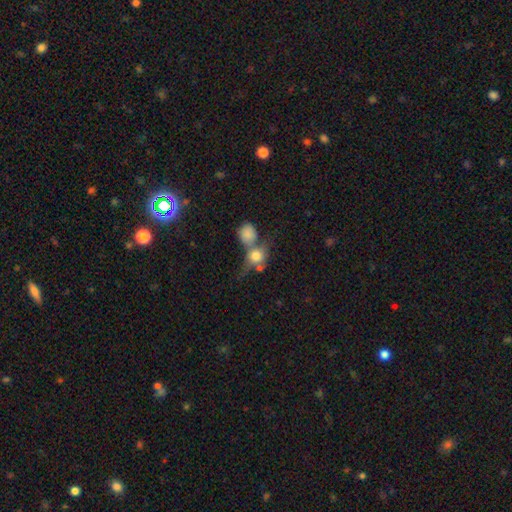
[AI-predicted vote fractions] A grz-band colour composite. It shows a smooth galaxy with no disk features (65%) that is round (68%). Merging: merger (51%).